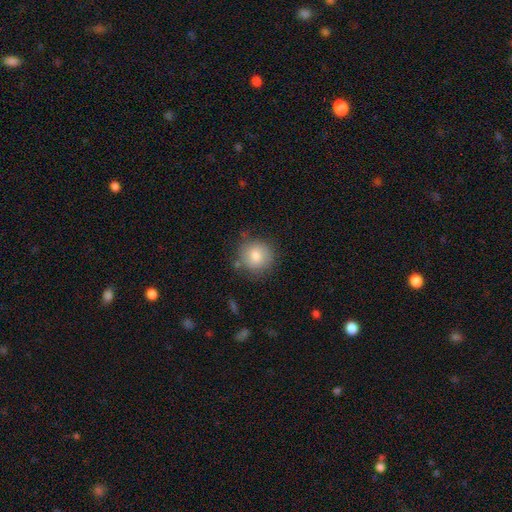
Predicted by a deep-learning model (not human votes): Smooth or featured? smooth (79%)
How rounded? round (91%)
Merging? none (80%)